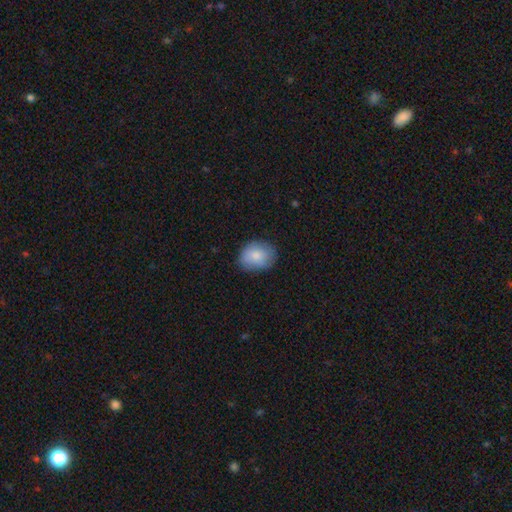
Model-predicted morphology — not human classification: A smooth galaxy with no disk features (83%) that is in between round and cigar-shaped (57%). Merging: none (78%).